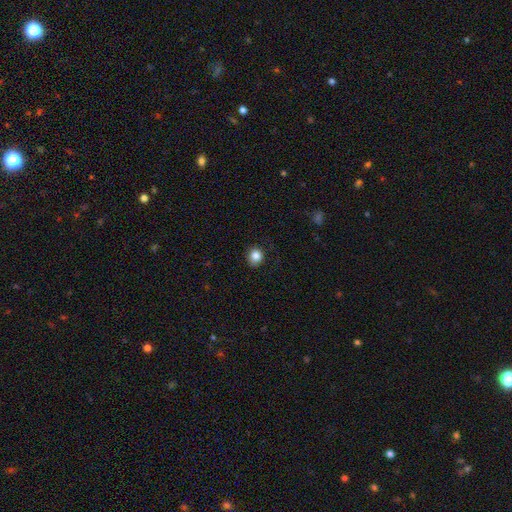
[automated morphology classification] This is clearly a smooth galaxy (84%). How rounded: likely round (79%). Merging: clearly none (85%).